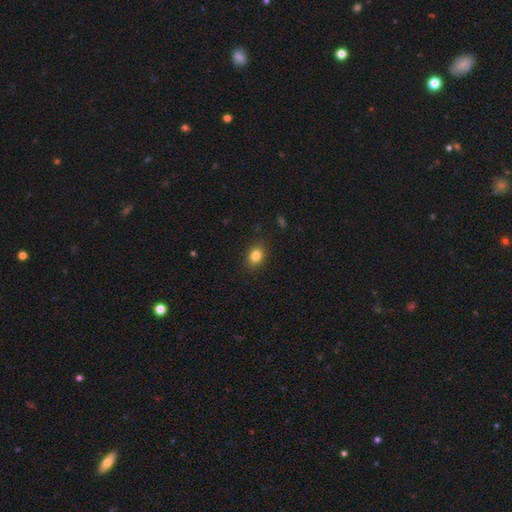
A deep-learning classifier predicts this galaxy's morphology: smooth 83%, star or artifact 10%, featured or disk 7%. Down the decision tree: how rounded — in between (60%); merging — none (87%).